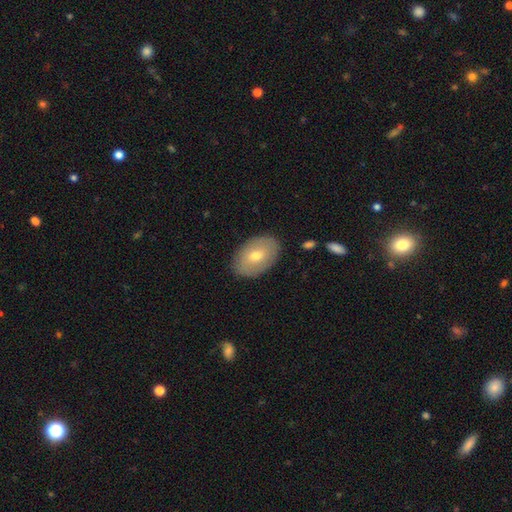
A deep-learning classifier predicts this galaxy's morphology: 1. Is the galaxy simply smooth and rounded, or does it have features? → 63% smooth, 31% featured or disk, 7% star or artifact.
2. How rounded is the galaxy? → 89% in between, 10% round, 1% cigar-shaped.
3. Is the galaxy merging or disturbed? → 86% none, 10% minor disturbance, 3% major disturbance, 1% merger.